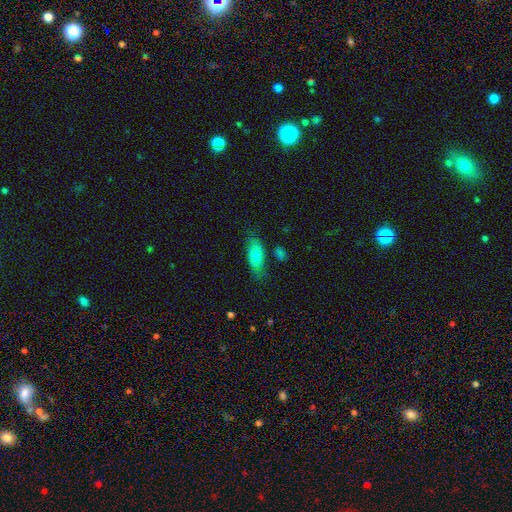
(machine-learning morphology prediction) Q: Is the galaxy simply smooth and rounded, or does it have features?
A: smooth — 74%.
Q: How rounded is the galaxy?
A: in between — 79%.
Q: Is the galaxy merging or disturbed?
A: none — 70%.